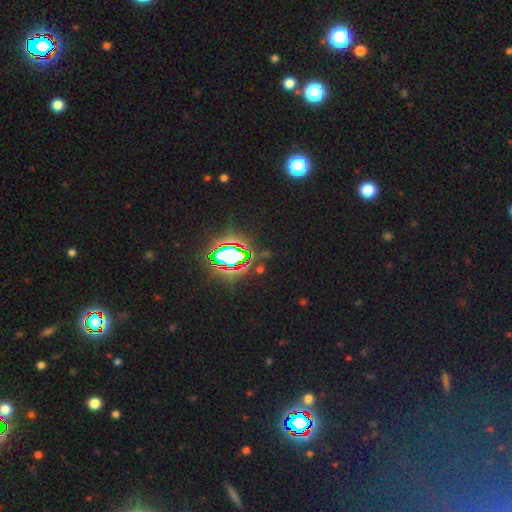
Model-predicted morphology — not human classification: Q: Smooth or featured?
A: star or artifact (82%); runner-up: smooth (11%)